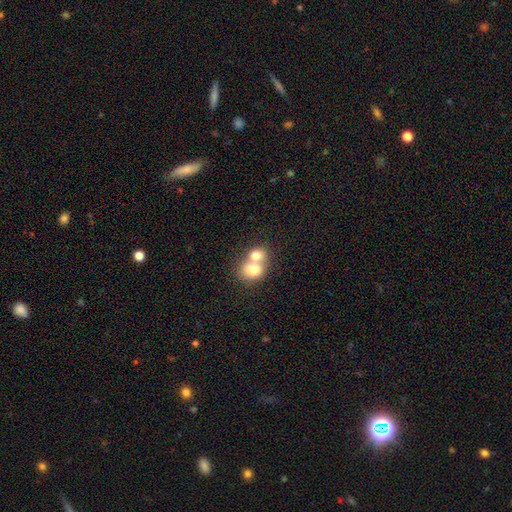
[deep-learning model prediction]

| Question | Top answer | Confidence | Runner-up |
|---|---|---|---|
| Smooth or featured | smooth | 73% | featured or disk (18%) |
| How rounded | round | 59% | in between (40%) |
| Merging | merger | 73% | none (20%) |